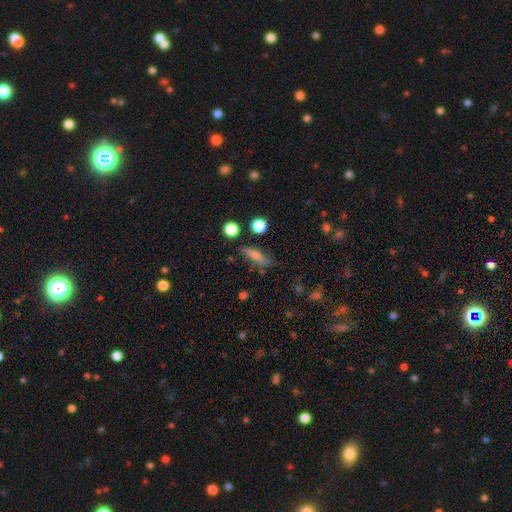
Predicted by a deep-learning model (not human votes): smooth 73%, featured or disk 16%, star or artifact 11%. Down the decision tree: how rounded — cigar-shaped (47%); merging — none (67%).